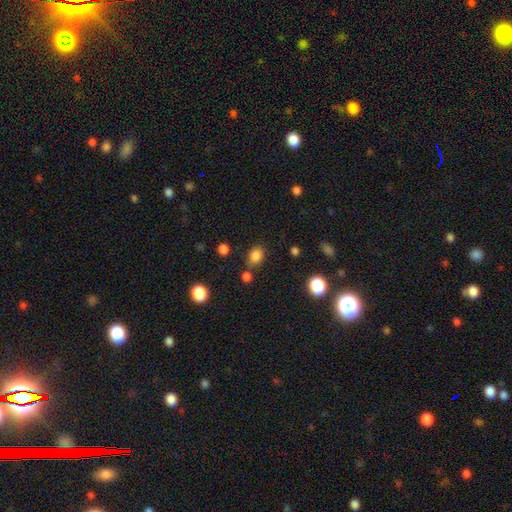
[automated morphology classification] type=smooth (82%); roundness=round (55%); merging=none (72%).